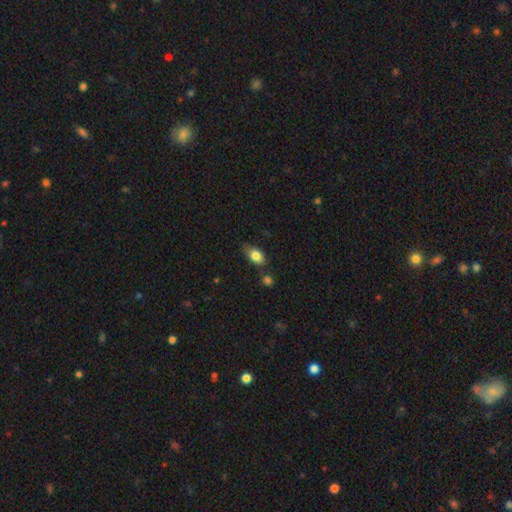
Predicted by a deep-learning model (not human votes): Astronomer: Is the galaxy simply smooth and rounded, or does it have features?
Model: smooth — 81%.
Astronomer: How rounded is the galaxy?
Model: in between — 84%.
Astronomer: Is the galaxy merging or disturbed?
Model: none — 63%.